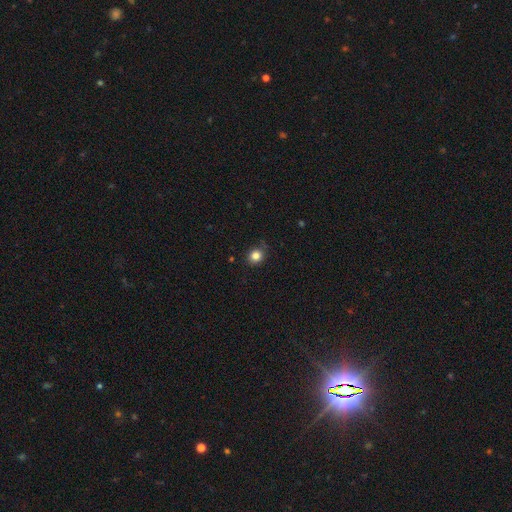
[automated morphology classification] This is clearly a smooth galaxy (83%). How rounded: clearly round (82%). Merging: clearly none (81%).